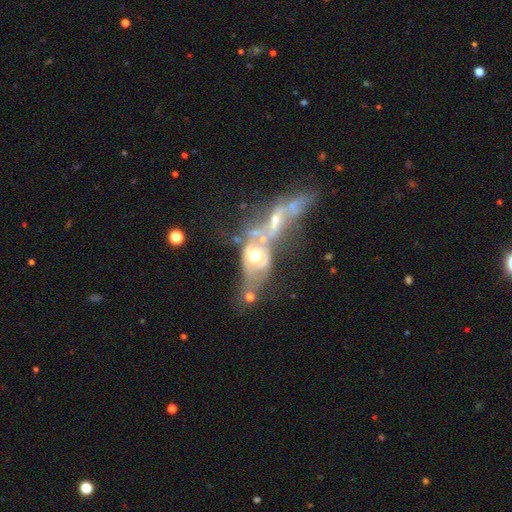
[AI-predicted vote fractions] Q: Smooth or featured?
A: featured or disk (67%); runner-up: smooth (21%)
Q: Edge-on disk?
A: no (87%); runner-up: yes (13%)
Q: Bar?
A: no (75%); runner-up: weak (17%)
Q: Spiral arms?
A: no (65%); runner-up: yes (35%)
Q: Bulge size?
A: moderate (62%); runner-up: large (17%)
Q: Merging?
A: merger (55%); runner-up: major disturbance (20%)